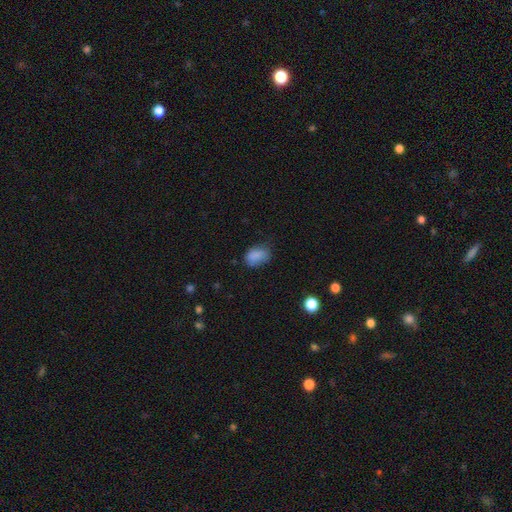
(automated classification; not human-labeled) Overall: smooth (84%). How rounded: in between (82%). Merging: none (60%; minor disturbance 30%).